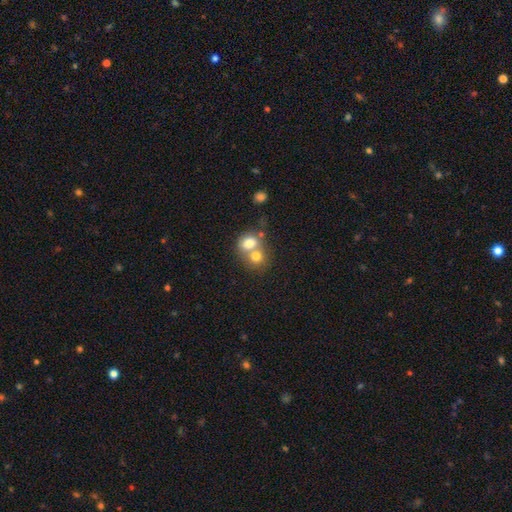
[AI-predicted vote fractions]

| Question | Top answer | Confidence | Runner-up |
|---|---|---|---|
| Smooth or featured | smooth | 69% | featured or disk (18%) |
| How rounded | round | 71% | in between (28%) |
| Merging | merger | 64% | none (27%) |